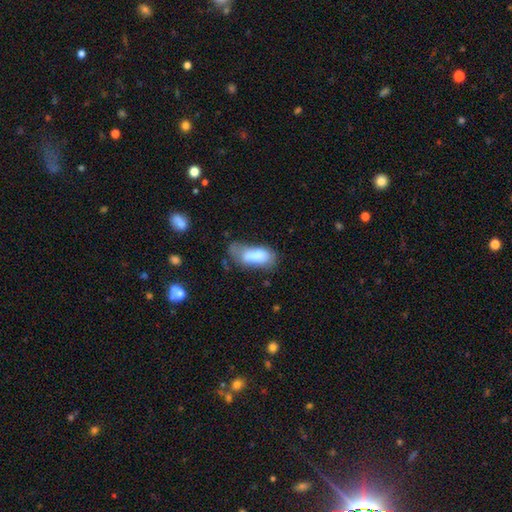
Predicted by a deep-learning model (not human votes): This appears to be a smooth galaxy with no disk features (74%) that is in between round and cigar-shaped (82%). Merging: minor disturbance (31%).